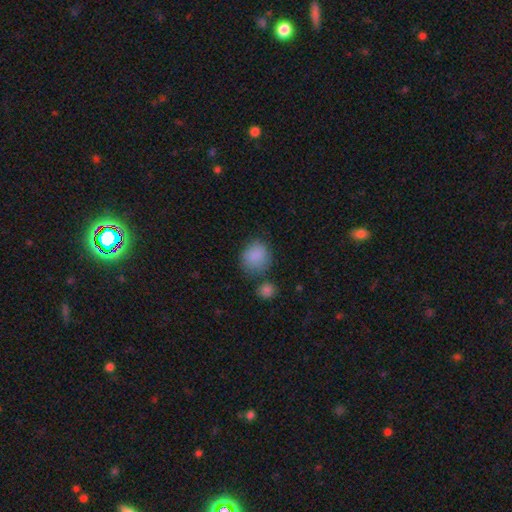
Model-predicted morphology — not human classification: type=smooth (86%); roundness=round (77%); merging=none (67%).